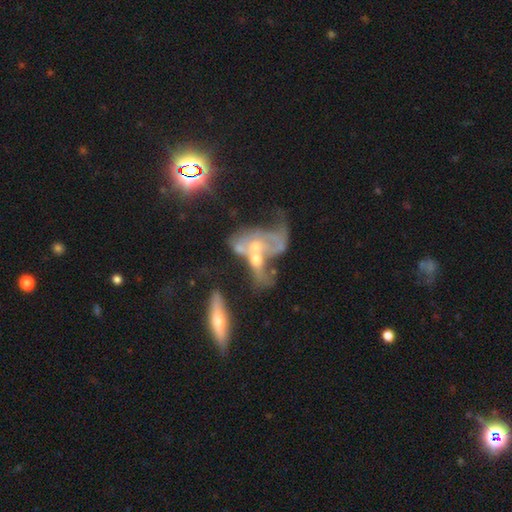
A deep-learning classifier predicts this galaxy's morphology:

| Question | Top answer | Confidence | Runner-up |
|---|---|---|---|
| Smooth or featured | featured or disk | 63% | smooth (22%) |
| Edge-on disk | no | 89% | yes (11%) |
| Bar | no | 80% | weak (16%) |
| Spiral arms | no | 69% | yes (31%) |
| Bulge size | moderate | 46% | small (31%) |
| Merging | merger | 62% | major disturbance (19%) |